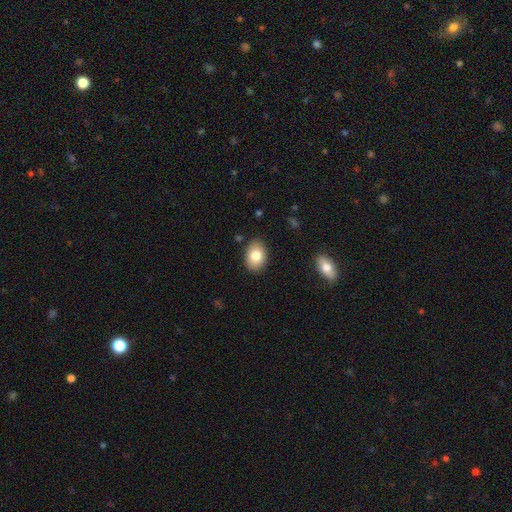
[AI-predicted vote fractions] A smooth galaxy with no disk features (81%) that is in between round and cigar-shaped (84%). Merging: none (87%).